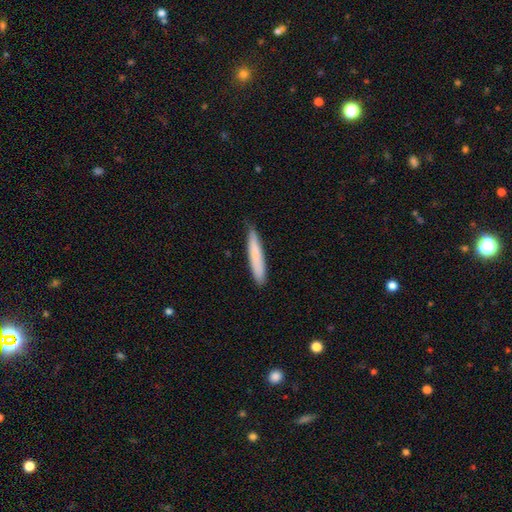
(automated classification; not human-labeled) Overall: smooth (77%). How rounded: cigar-shaped (94%). Merging: none (82%).